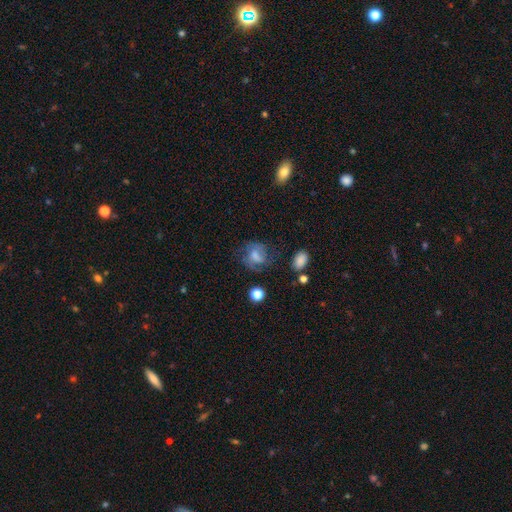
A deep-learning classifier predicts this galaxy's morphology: smooth_or_featured: smooth (p=0.47) [alt: featured or disk p=0.42]
merging: none (p=0.55) [alt: minor disturbance p=0.23]